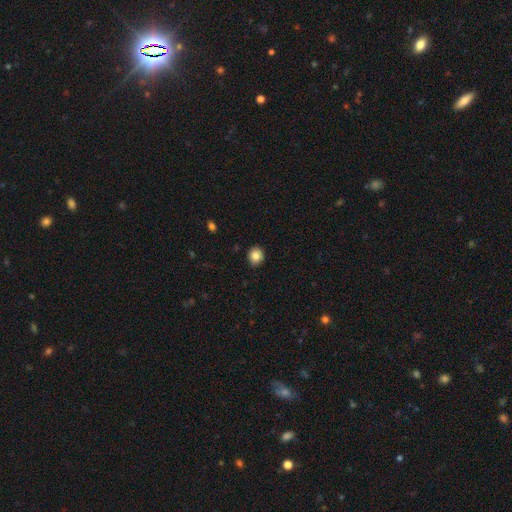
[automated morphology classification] Smooth or featured: smooth — 84% (star or artifact — 10%)
How rounded: round — 80% (in between — 19%)
Merging: none — 90% (minor disturbance — 7%)